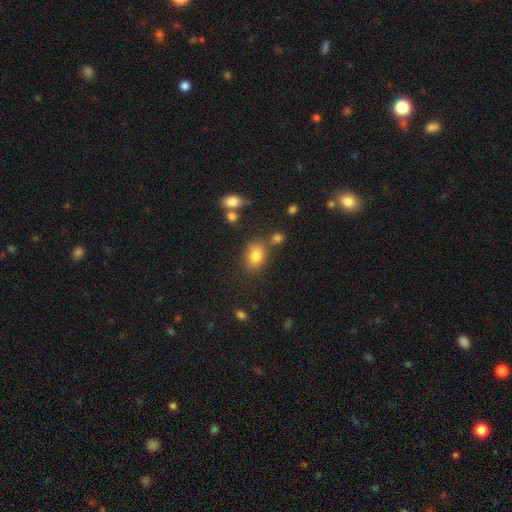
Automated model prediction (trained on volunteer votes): Smooth or featured?
  - smooth: 80% *
  - star or artifact: 11%
  - featured or disk: 9%
How rounded?
  - in between: 63% *
  - round: 36%
  - cigar-shaped: 1%
Merging?
  - none: 72% *
  - minor disturbance: 14%
  - merger: 9%
  - major disturbance: 5%